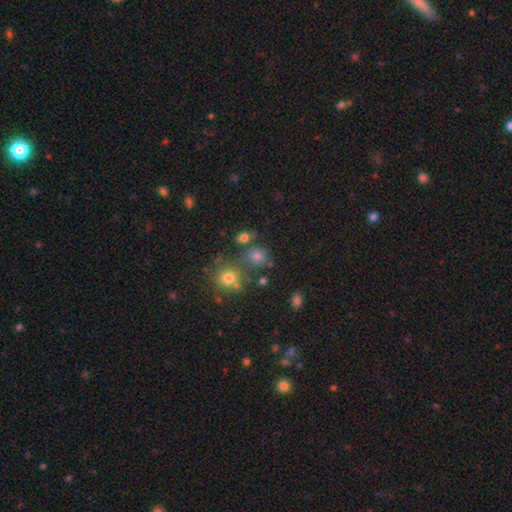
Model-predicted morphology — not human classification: Q: Smooth or featured?
A: smooth (73%); runner-up: star or artifact (18%)
Q: How rounded?
A: round (71%); runner-up: in between (28%)
Q: Merging?
A: none (58%); runner-up: merger (23%)